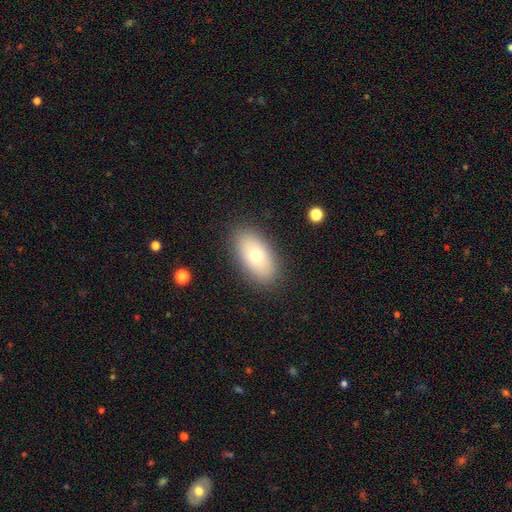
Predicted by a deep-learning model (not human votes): smooth 69%, featured or disk 22%, star or artifact 8%. Down the decision tree: how rounded — in between (92%); merging — none (87%).